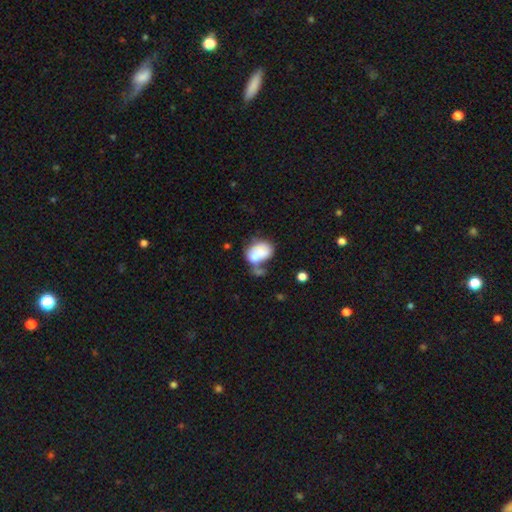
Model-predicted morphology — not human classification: smooth_or_featured: smooth (p=0.67) [alt: featured or disk p=0.24]
how_rounded: in between (p=0.73) [alt: round p=0.25]
merging: merger (p=0.45) [alt: none p=0.21]